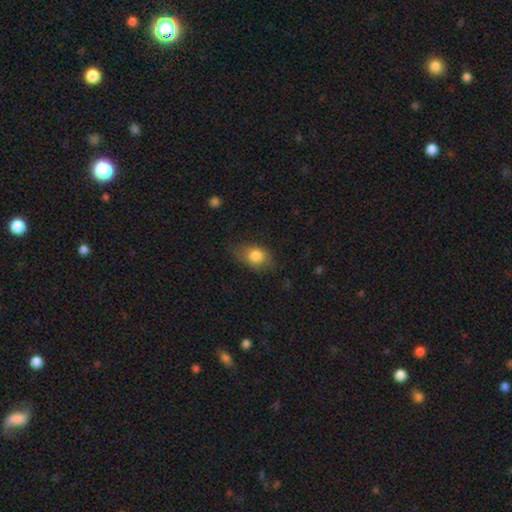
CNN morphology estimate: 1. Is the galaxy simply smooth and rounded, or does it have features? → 81% smooth, 11% featured or disk, 8% star or artifact.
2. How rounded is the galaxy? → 73% in between, 24% round, 2% cigar-shaped.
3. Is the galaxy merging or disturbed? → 67% none, 24% minor disturbance, 7% major disturbance, 1% merger.